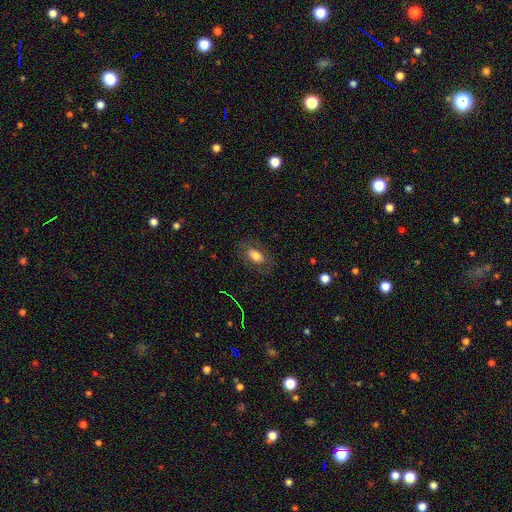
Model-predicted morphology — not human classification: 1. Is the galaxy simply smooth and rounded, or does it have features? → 67% smooth, 24% featured or disk, 9% star or artifact.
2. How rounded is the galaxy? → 90% in between, 7% round, 4% cigar-shaped.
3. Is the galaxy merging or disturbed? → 79% none, 13% minor disturbance, 7% major disturbance, 1% merger.